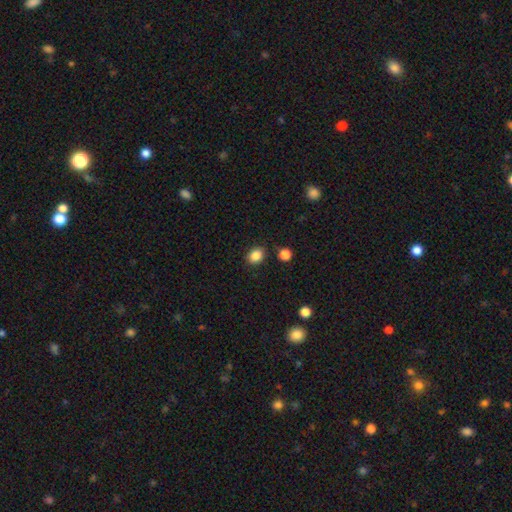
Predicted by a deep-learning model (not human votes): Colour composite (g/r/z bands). It shows a smooth galaxy with no disk features (86%) that is in between round and cigar-shaped (54%). Merging: none (85%).